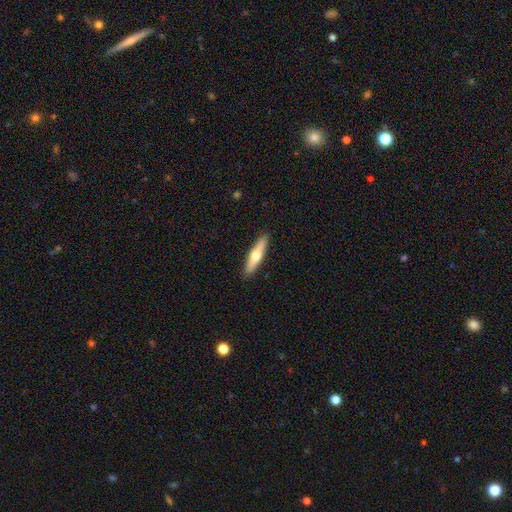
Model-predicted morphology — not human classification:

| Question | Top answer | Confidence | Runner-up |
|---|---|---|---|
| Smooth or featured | smooth | 48% | featured or disk (47%) |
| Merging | none | 91% | minor disturbance (7%) |